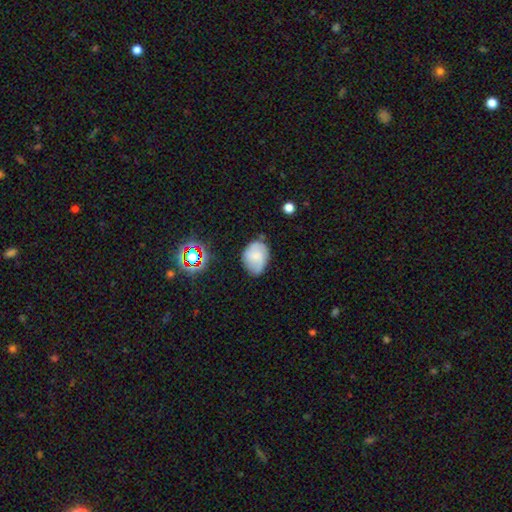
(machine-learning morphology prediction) A smooth galaxy with no disk features (60%) that is in between round and cigar-shaped (69%).

Vote fractions:
- Smooth or featured? smooth: 60% / featured or disk: 29% / star or artifact: 11%
- How rounded? in between: 69% / round: 30% / cigar-shaped: 1%
- Merging? none: 56% / minor disturbance: 33% / major disturbance: 8% / merger: 3%